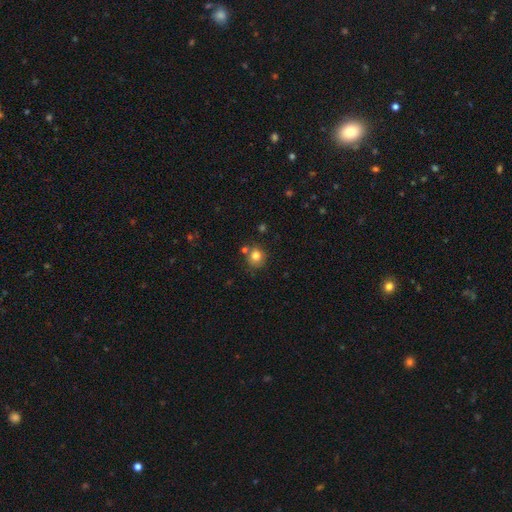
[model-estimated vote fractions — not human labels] A smooth galaxy with no disk features (80%) that is round (84%).

Vote fractions:
- Smooth or featured? smooth: 80% / star or artifact: 11% / featured or disk: 8%
- How rounded? round: 84% / in between: 15% / cigar-shaped: 1%
- Merging? none: 69% / minor disturbance: 14% / merger: 12% / major disturbance: 4%